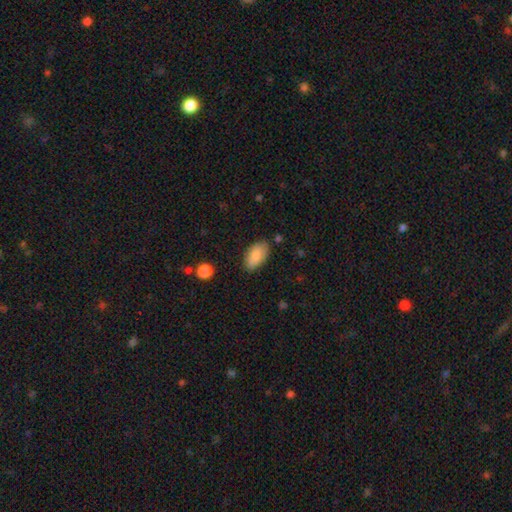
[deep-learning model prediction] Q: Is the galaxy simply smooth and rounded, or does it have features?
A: smooth — 87%.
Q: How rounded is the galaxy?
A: in between — 94%.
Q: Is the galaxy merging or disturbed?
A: none — 81%.